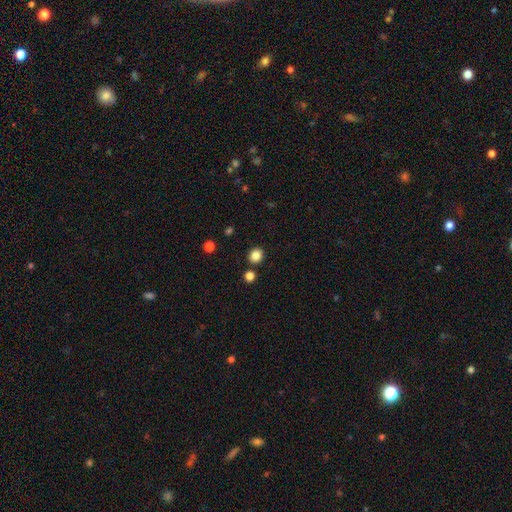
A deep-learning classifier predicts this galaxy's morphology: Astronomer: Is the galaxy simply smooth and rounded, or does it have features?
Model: smooth — 84%.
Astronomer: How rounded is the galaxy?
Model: round — 76%.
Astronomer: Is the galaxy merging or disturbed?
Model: none — 86%.